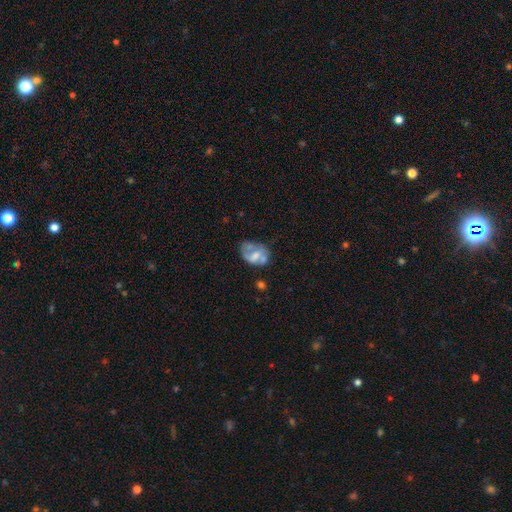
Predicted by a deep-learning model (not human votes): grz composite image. It shows a featured or disk galaxy (53%) with no bar (65%), no spiral arms (57%) and a moderate central bulge (41%). Merging: none (38%).